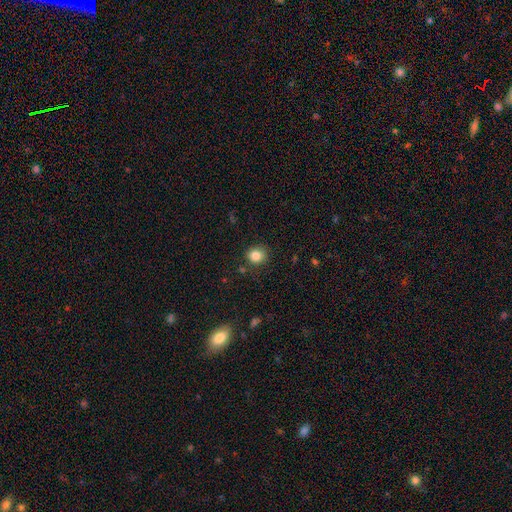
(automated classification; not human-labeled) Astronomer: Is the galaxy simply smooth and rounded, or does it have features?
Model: smooth — 84%.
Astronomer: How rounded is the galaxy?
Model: round — 81%.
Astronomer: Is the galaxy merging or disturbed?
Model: none — 85%.